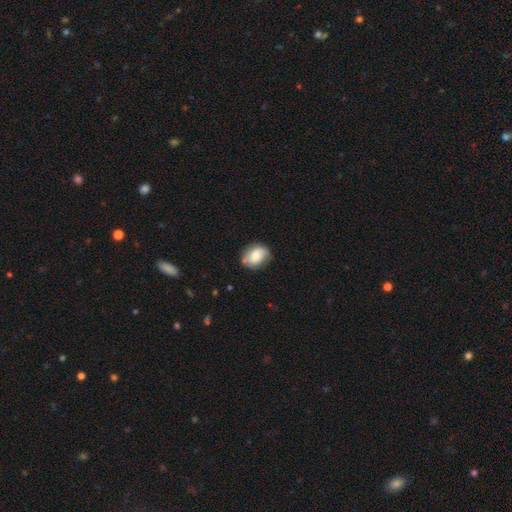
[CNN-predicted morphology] This is likely a smooth galaxy (68%). How rounded: possibly in between (59%). Merging: likely none (72%).